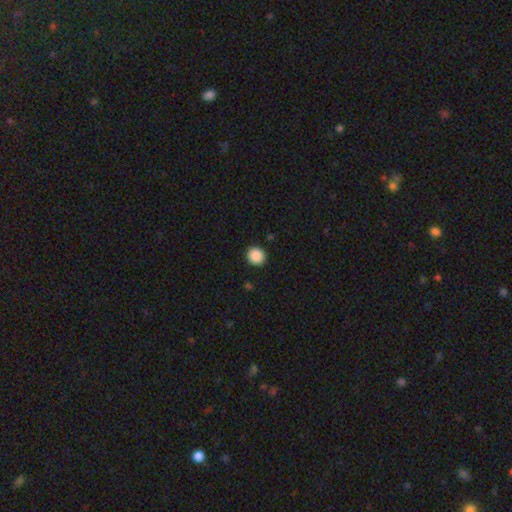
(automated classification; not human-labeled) A smooth galaxy with no disk features (89%) that is round (90%).

Vote fractions:
- Smooth or featured? smooth: 89% / star or artifact: 9% / featured or disk: 2%
- How rounded? round: 90% / in between: 9% / cigar-shaped: 1%
- Merging? none: 92% / minor disturbance: 5% / major disturbance: 2% / merger: 1%